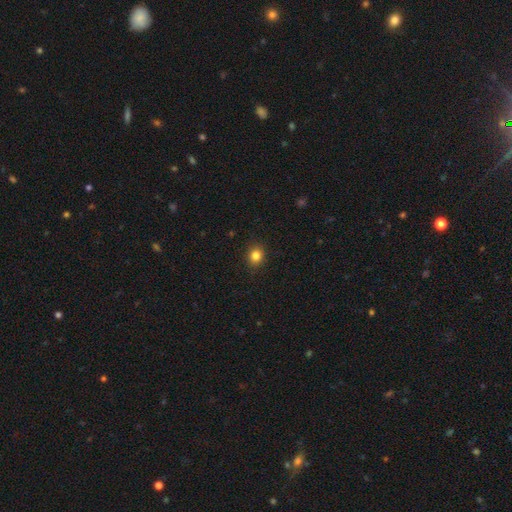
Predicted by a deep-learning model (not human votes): This is clearly a smooth galaxy (83%). How rounded: likely round (74%). Merging: clearly none (90%).